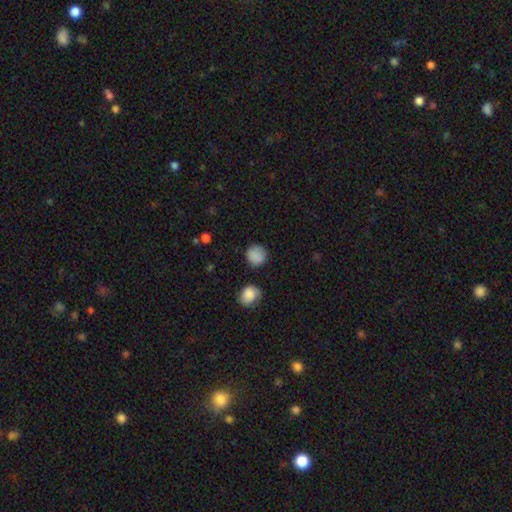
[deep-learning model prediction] smooth_or_featured: smooth (p=0.85) [alt: star or artifact p=0.10]
how_rounded: round (p=0.90) [alt: in between p=0.09]
merging: none (p=0.82) [alt: minor disturbance p=0.12]